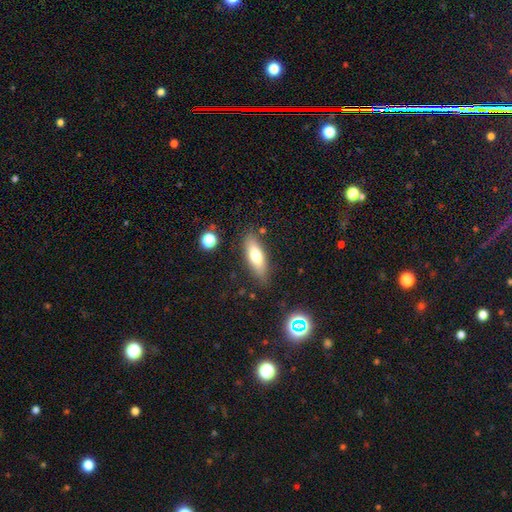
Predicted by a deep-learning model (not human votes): This is likely a smooth galaxy (69%). How rounded: possibly in between (56%). Merging: clearly none (82%).